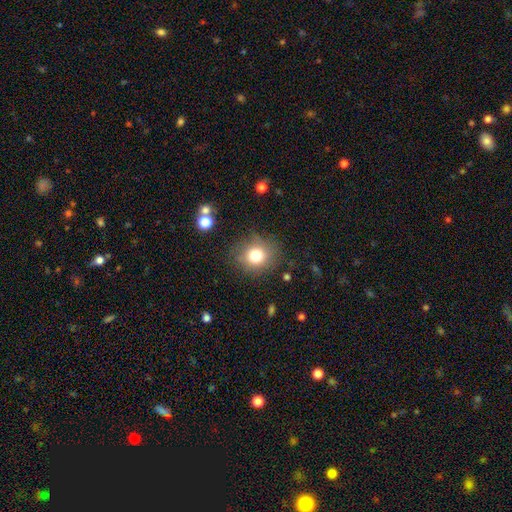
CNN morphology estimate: This appears to be a smooth galaxy with no disk features (77%) that is round (85%). Merging: none (79%).